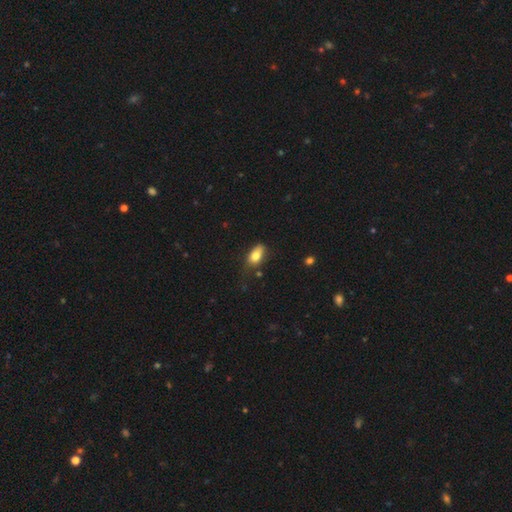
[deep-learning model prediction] The model was most divided on "merging": none: 55%, minor disturbance: 32%, major disturbance: 9%, merger: 3%. More confident: how rounded — in between (86%); smooth or featured — smooth (79%).